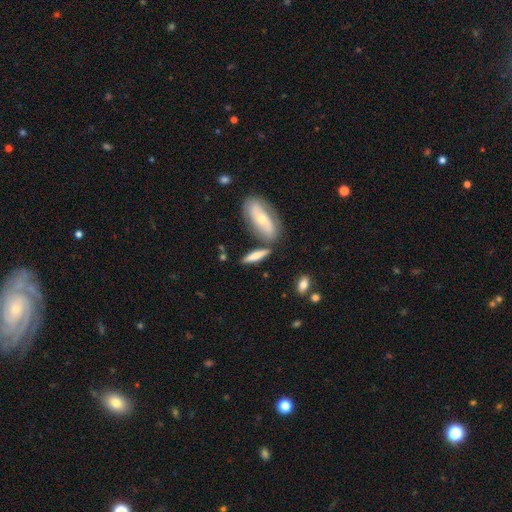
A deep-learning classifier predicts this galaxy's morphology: smooth_or_featured: smooth (p=0.61) [alt: featured or disk p=0.32]
how_rounded: cigar-shaped (p=0.69) [alt: in between p=0.27]
merging: none (p=0.69) [alt: merger p=0.15]